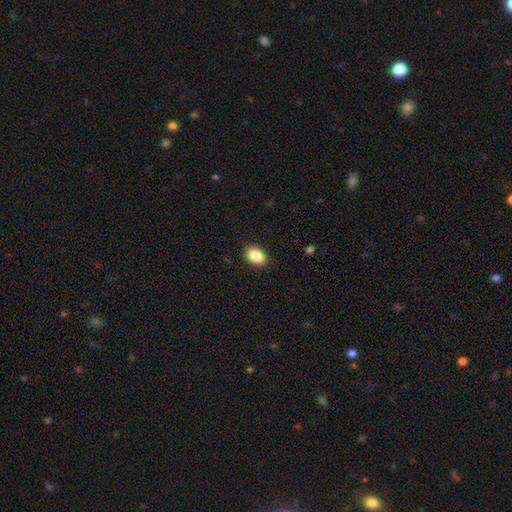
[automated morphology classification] This is clearly a smooth galaxy (88%). How rounded: clearly in between (87%). Merging: clearly none (89%).